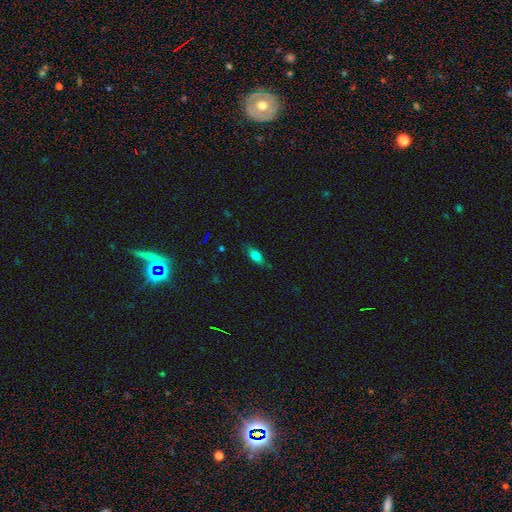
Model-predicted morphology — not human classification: This is likely a smooth galaxy (71%). How rounded: likely in between (75%). Merging: likely none (79%).